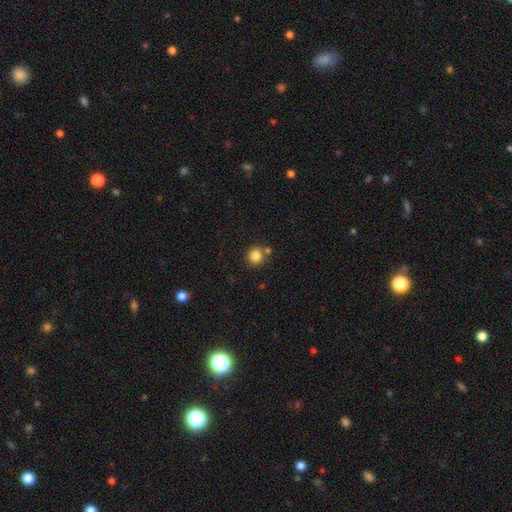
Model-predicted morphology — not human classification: smooth_or_featured: smooth (p=0.84) [alt: star or artifact p=0.11]
how_rounded: round (p=0.90) [alt: in between p=0.09]
merging: none (p=0.76) [alt: merger p=0.12]